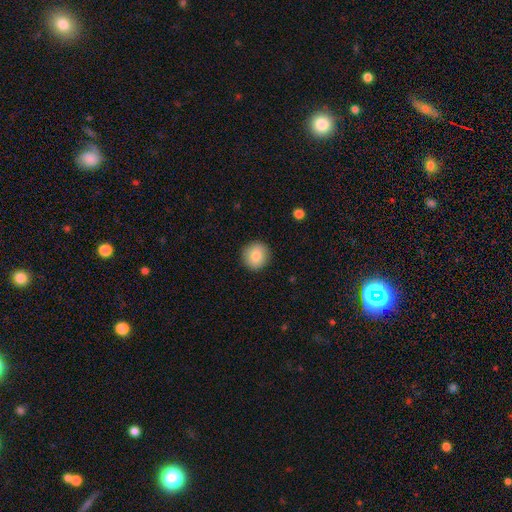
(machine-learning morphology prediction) Overall: smooth (85%). How rounded: round (91%). Merging: none (90%).